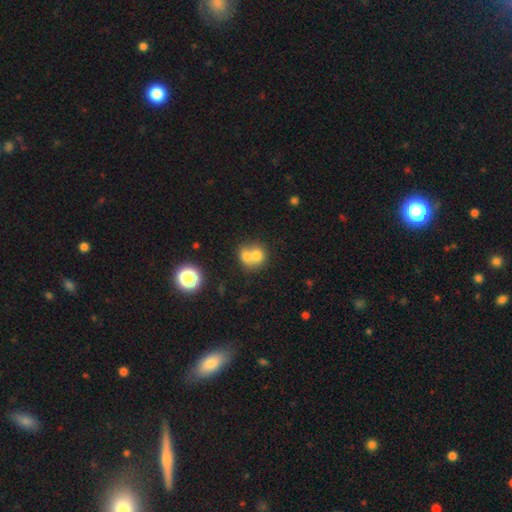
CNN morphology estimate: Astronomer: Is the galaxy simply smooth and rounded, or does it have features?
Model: smooth — 70%.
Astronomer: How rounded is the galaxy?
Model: round — 71%.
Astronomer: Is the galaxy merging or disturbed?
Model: merger — 68%.